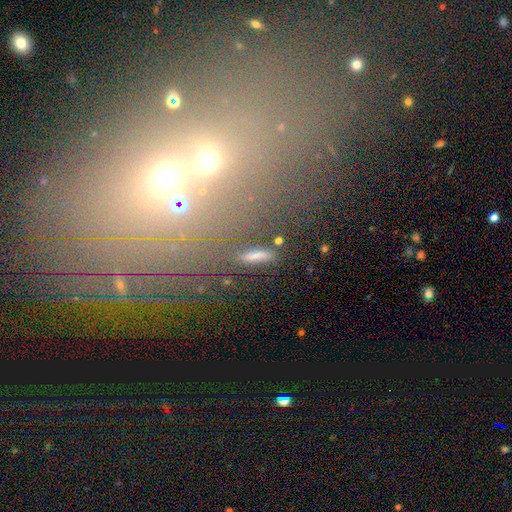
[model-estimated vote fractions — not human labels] smooth 62%, star or artifact 19%, featured or disk 19%. Down the decision tree: how rounded — cigar-shaped (69%); merging — none (75%).